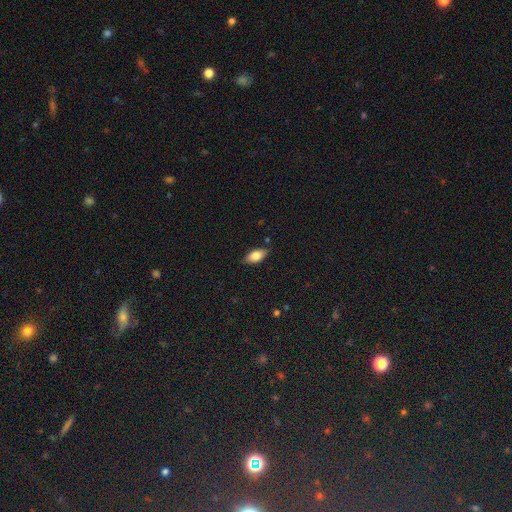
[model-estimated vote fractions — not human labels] A smooth galaxy with no disk features (78%) that is in between round and cigar-shaped (88%). Merging: none (84%).